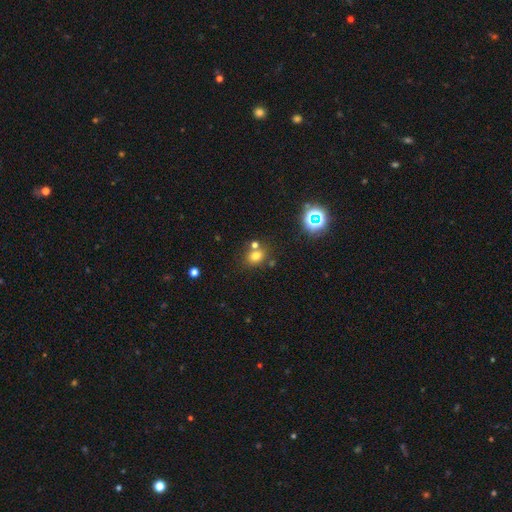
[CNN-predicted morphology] Smooth or featured? Predicted: smooth (p=0.71). How rounded? Predicted: round (p=0.59). Merging? Predicted: none (p=0.65).